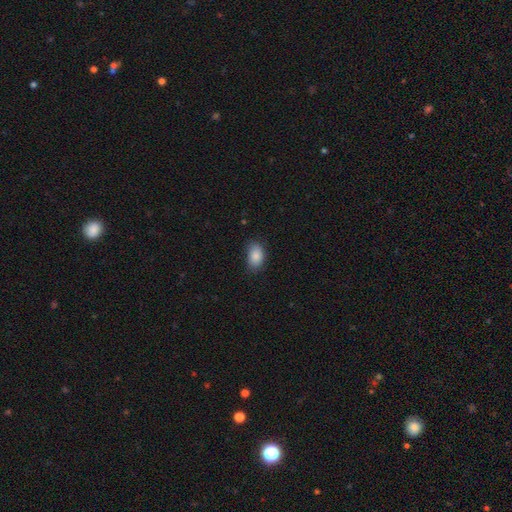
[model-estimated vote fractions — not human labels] smooth-or-featured: smooth: 86% | star or artifact: 8% | featured or disk: 6%
  how-rounded: in between: 90% | round: 9% | cigar-shaped: 1%
  merging: none: 74% | minor disturbance: 21% | major disturbance: 4% | merger: 1%